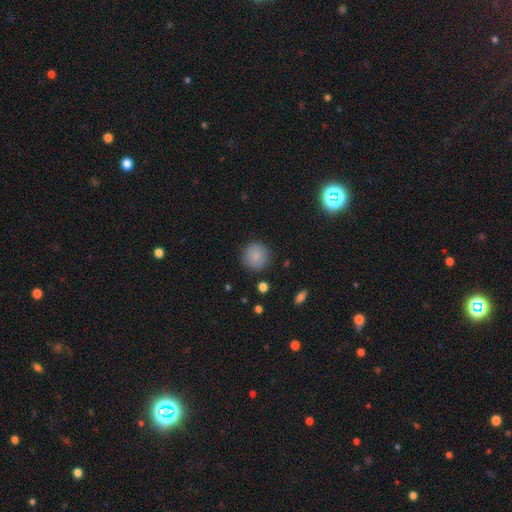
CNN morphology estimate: This appears to be a smooth galaxy with no disk features (86%) that is round (94%). Merging: none (87%).